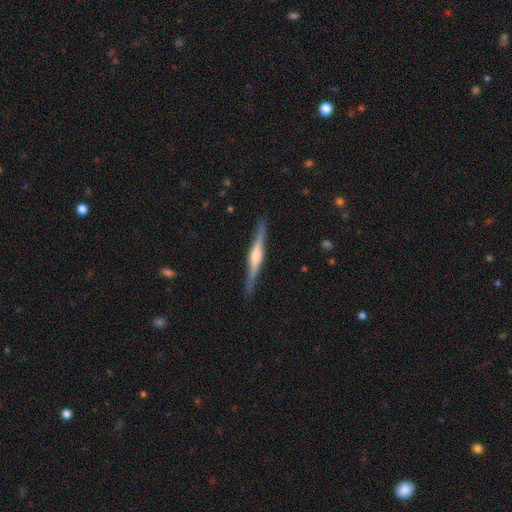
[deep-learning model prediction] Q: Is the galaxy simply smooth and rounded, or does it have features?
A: featured or disk — 77%.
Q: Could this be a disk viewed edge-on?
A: yes — 98%.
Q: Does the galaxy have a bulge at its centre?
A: rounded — 76%.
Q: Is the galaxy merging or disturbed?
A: none — 89%.